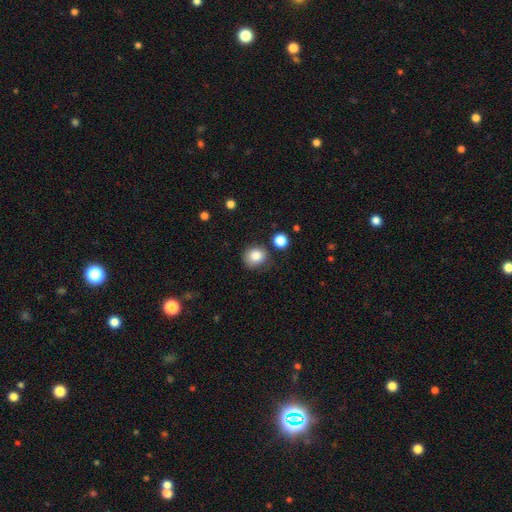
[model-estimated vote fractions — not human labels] This is clearly a smooth galaxy (84%). How rounded: likely round (78%). Merging: likely none (73%).